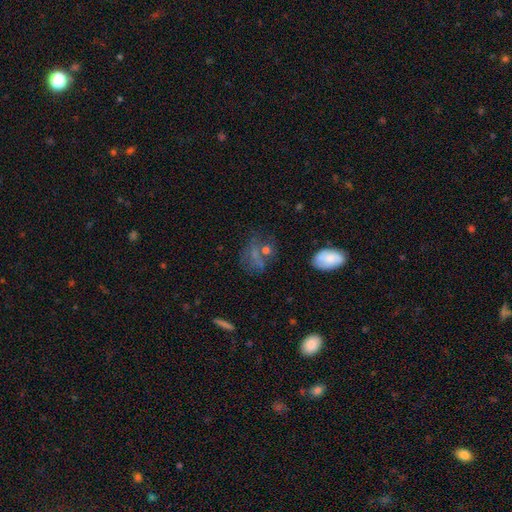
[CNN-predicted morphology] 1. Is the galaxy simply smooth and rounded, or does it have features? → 46% smooth, 29% featured or disk, 25% star or artifact.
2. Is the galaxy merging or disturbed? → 53% none, 19% minor disturbance, 17% major disturbance, 10% merger.